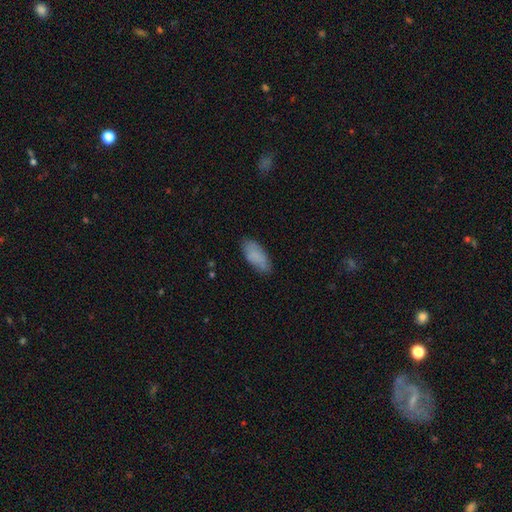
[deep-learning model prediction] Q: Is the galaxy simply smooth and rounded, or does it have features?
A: smooth — 82%.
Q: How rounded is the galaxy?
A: in between — 87%.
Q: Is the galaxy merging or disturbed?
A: none — 77%.